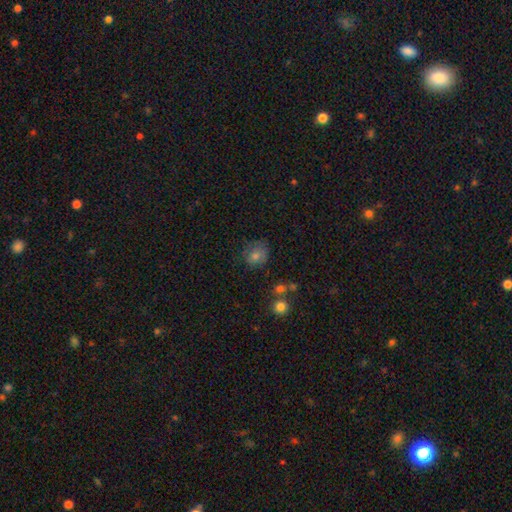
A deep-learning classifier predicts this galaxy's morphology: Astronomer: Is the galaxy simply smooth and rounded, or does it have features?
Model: smooth — 71%.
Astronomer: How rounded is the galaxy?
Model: round — 73%.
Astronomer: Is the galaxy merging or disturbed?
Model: none — 63%.